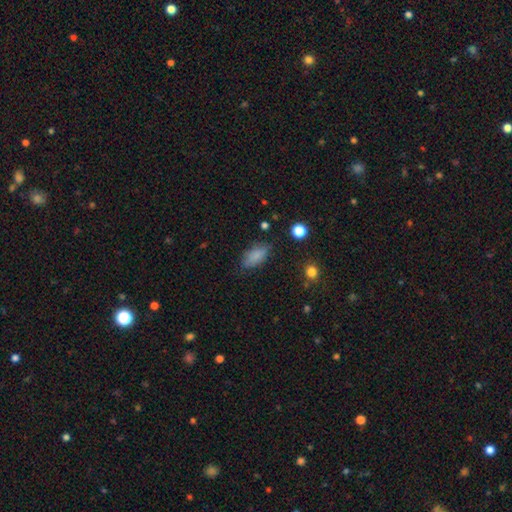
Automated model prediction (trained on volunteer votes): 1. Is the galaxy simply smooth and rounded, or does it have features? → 80% smooth, 10% featured or disk, 10% star or artifact.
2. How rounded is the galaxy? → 86% in between, 10% cigar-shaped, 4% round.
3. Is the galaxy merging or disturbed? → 73% none, 20% minor disturbance, 5% major disturbance, 2% merger.